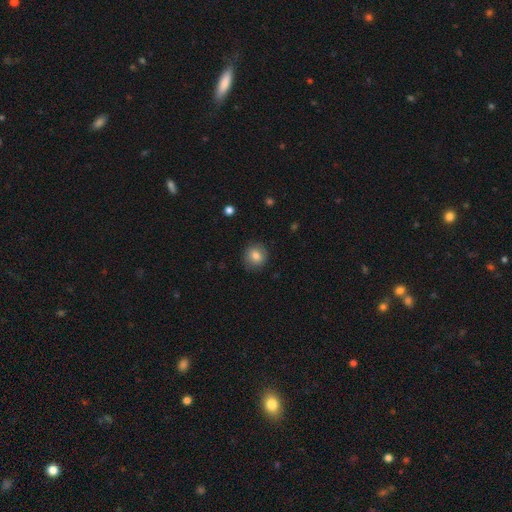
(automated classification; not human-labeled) This is clearly a smooth galaxy (82%). How rounded: clearly round (87%). Merging: clearly none (87%).